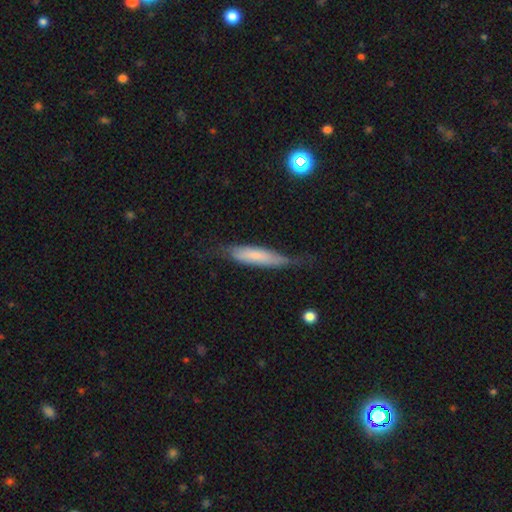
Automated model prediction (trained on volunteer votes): Smooth or featured? Predicted: smooth (p=0.61). How rounded? Predicted: cigar-shaped (p=0.77). Merging? Predicted: none (p=0.56).